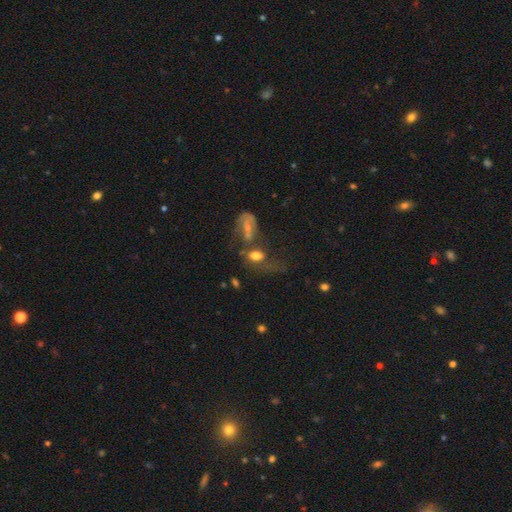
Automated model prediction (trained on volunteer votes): Overall: smooth (65%). How rounded: in between (79%). Merging: merger (37%; none 27%).